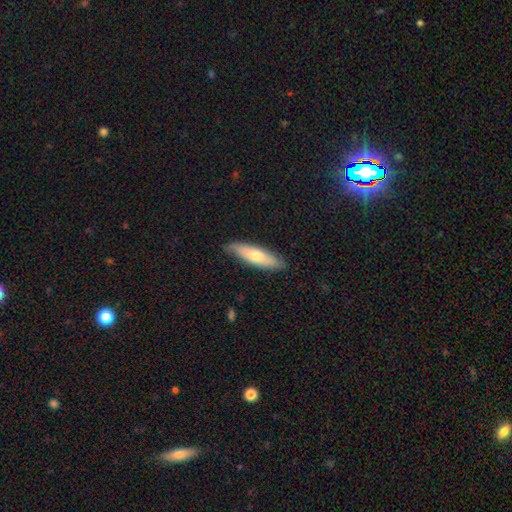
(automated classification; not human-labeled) Smooth or featured: smooth — 61% (featured or disk — 33%)
How rounded: cigar-shaped — 63% (in between — 35%)
Merging: none — 82% (minor disturbance — 15%)